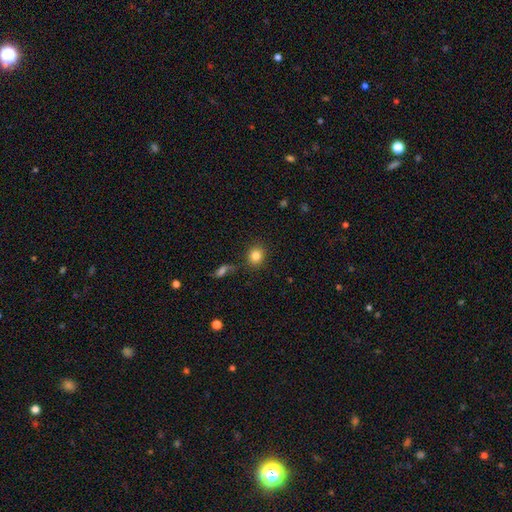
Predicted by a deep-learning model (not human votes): Smooth or featured?
  - smooth: 84% *
  - star or artifact: 10%
  - featured or disk: 6%
How rounded?
  - round: 81% *
  - in between: 18%
  - cigar-shaped: 1%
Merging?
  - none: 84% *
  - minor disturbance: 9%
  - merger: 4%
  - major disturbance: 3%